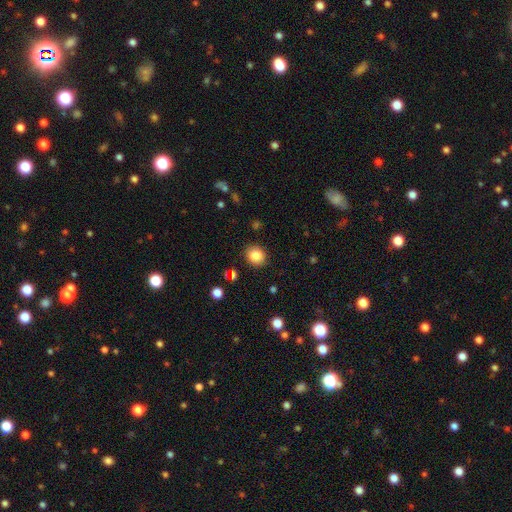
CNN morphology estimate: smooth_or_featured: smooth (p=0.84) [alt: star or artifact p=0.10]
how_rounded: round (p=0.76) [alt: in between p=0.23]
merging: none (p=0.88) [alt: minor disturbance p=0.08]